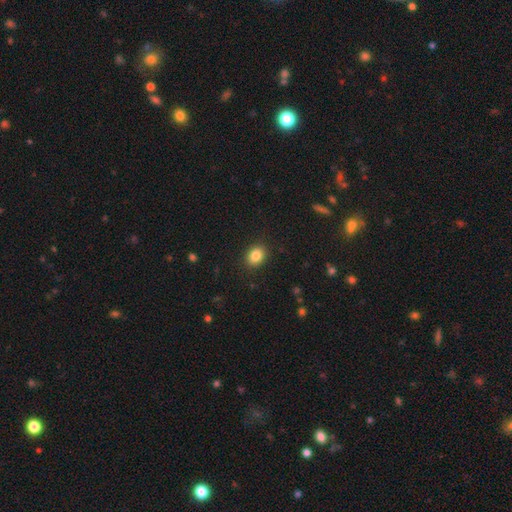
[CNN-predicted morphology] Smooth or featured: smooth — 85% (star or artifact — 9%)
How rounded: in between — 58% (round — 41%)
Merging: none — 89% (minor disturbance — 8%)